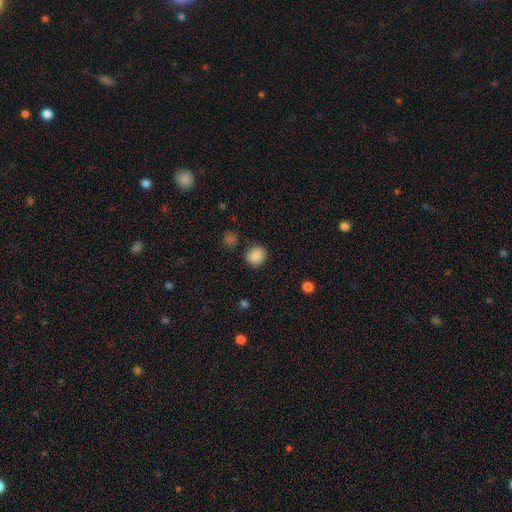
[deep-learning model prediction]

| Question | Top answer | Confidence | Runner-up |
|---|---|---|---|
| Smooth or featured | smooth | 87% | star or artifact (9%) |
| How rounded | round | 75% | in between (24%) |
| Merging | none | 83% | minor disturbance (10%) |